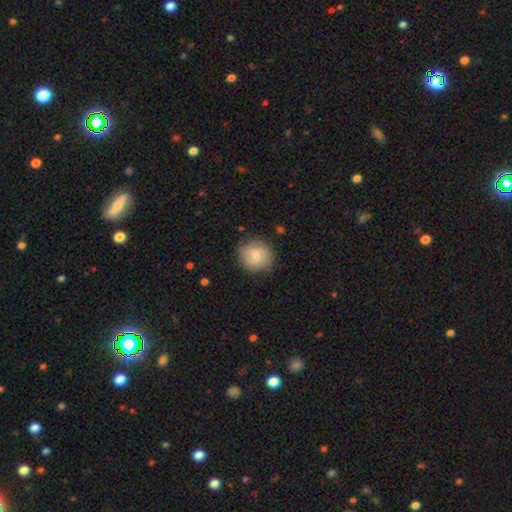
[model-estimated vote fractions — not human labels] Q: Smooth or featured?
A: smooth (69%); runner-up: featured or disk (24%)
Q: How rounded?
A: round (85%); runner-up: in between (14%)
Q: Merging?
A: none (81%); runner-up: minor disturbance (14%)